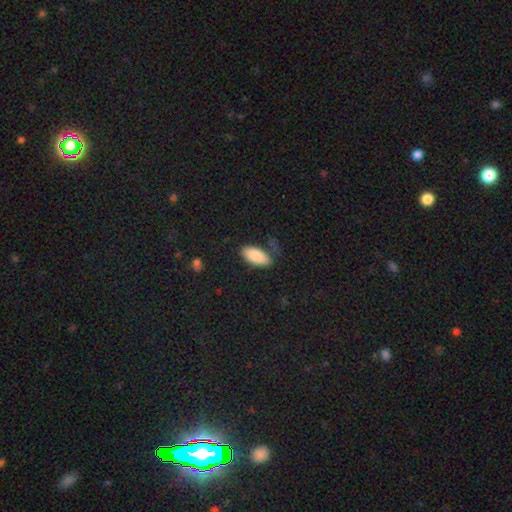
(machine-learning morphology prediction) type=smooth (87%); roundness=in between (91%); merging=none (74%).